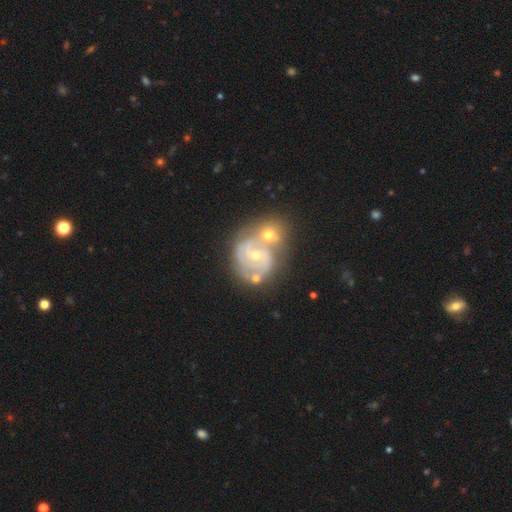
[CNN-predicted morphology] This appears to be a featured or disk galaxy (83%) with no bar (52%), 2 (46%) tight (53%) spiral arms (94%) and a small central bulge (57%). Merging: merger (50%).